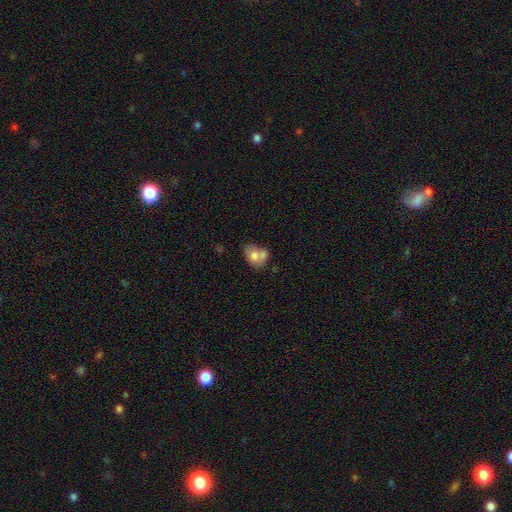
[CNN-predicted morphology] smooth-or-featured: smooth: 66% | featured or disk: 26% | star or artifact: 8%
  how-rounded: in between: 63% | round: 36% | cigar-shaped: 1%
  merging: merger: 50% | none: 27% | minor disturbance: 15% | major disturbance: 8%